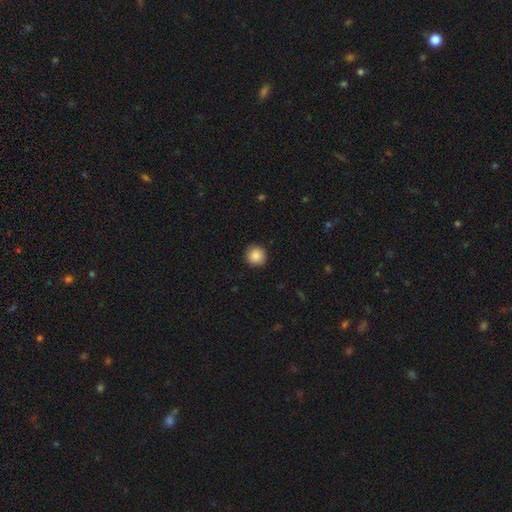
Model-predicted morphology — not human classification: smooth-or-featured: smooth: 88% | star or artifact: 9% | featured or disk: 4%
  how-rounded: round: 95% | in between: 4% | cigar-shaped: 1%
  merging: none: 91% | minor disturbance: 6% | major disturbance: 2% | merger: 1%